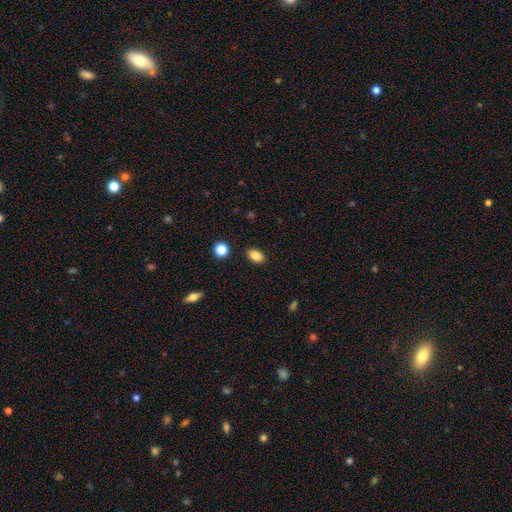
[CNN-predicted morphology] smooth-or-featured: smooth: 84% | star or artifact: 9% | featured or disk: 7%
  how-rounded: in between: 87% | round: 11% | cigar-shaped: 2%
  merging: none: 88% | minor disturbance: 8% | major disturbance: 2% | merger: 2%